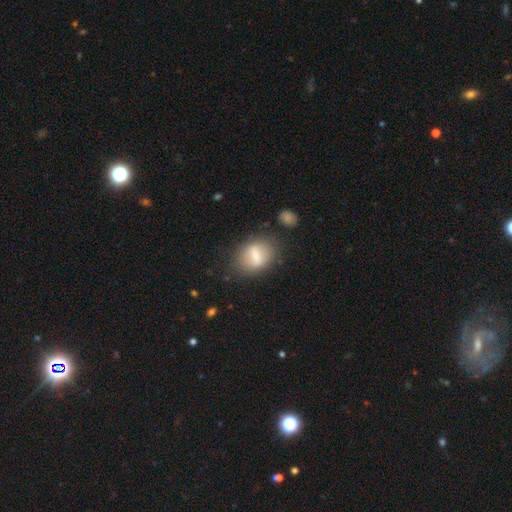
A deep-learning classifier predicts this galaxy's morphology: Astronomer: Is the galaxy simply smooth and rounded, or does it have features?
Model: smooth — 58% (runner-up: featured or disk, 33%).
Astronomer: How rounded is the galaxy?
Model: in between — 67%.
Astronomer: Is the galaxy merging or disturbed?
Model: none — 73%.